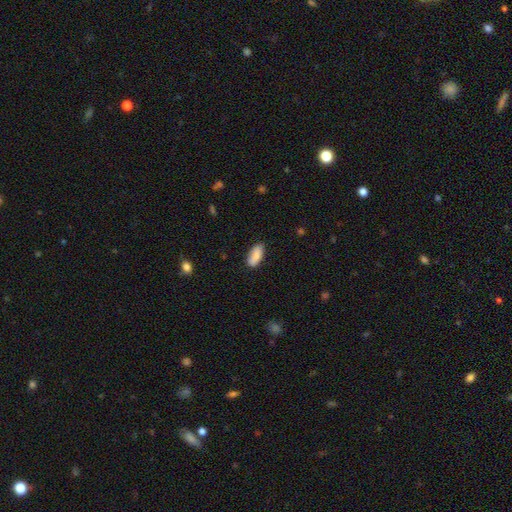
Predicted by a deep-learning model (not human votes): This appears to be a smooth galaxy with no disk features (85%) that is in between round and cigar-shaped (85%). Merging: none (79%).